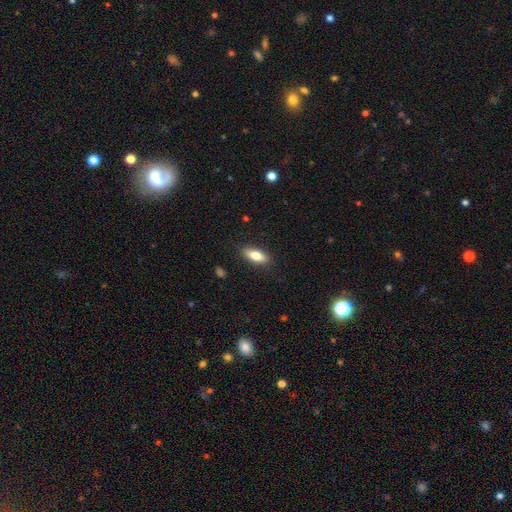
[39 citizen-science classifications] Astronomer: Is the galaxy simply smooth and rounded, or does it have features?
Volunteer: smooth — 77%.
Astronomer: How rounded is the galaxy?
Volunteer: in between — 87%.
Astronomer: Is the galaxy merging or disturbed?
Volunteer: none — 92%.